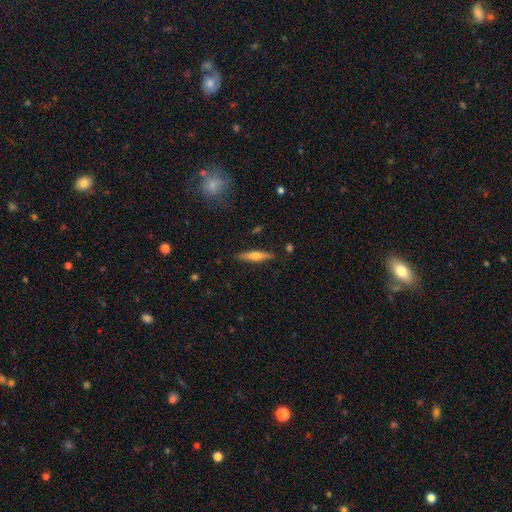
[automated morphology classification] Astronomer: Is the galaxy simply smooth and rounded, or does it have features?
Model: smooth — 47%, tied with featured or disk at 47%.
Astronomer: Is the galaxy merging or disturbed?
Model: none — 87%.